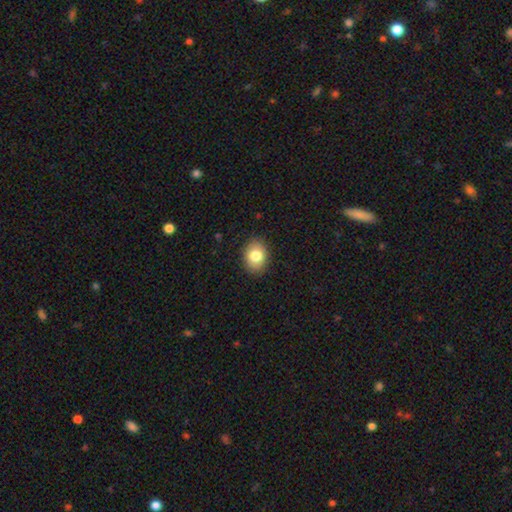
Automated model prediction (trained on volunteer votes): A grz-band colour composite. It shows a smooth galaxy with no disk features (81%) that is in between round and cigar-shaped (59%). Merging: none (88%).